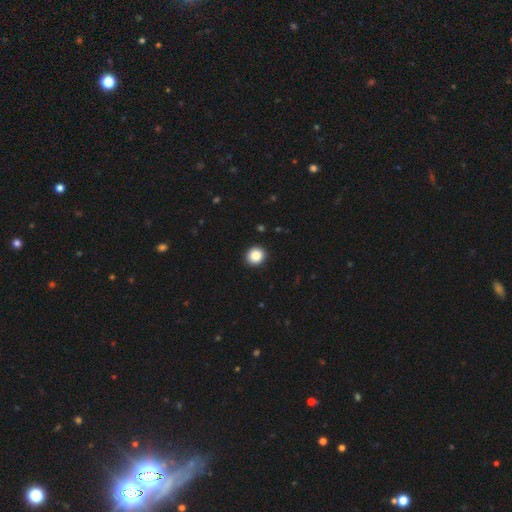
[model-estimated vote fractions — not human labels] Q: Smooth or featured?
A: smooth (87%); runner-up: star or artifact (9%)
Q: How rounded?
A: round (89%); runner-up: in between (10%)
Q: Merging?
A: none (92%); runner-up: minor disturbance (5%)